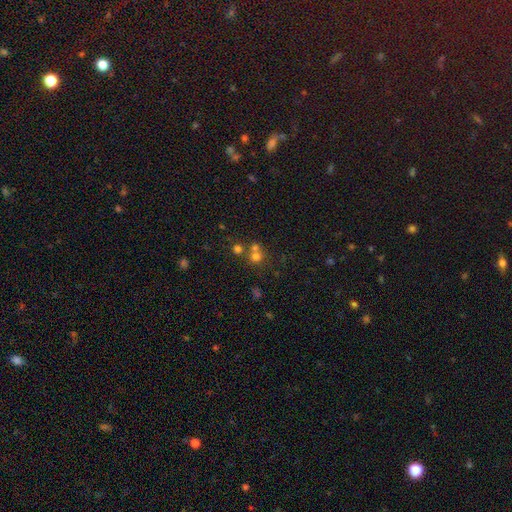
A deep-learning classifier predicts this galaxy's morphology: Smooth or featured? smooth (66%)
How rounded? round (88%)
Merging? none (48%)